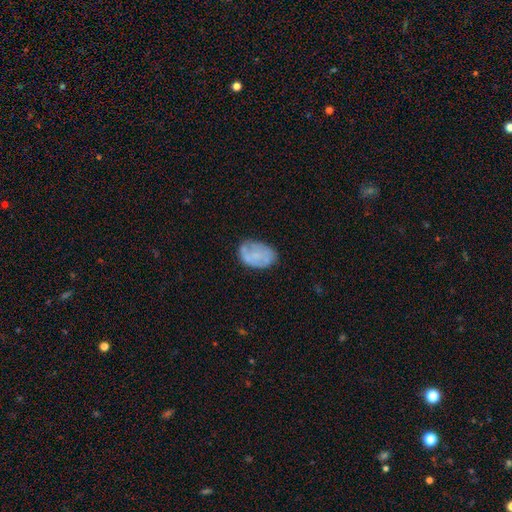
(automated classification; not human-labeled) A smooth galaxy with no disk features (56%) that is in between round and cigar-shaped (85%). Merging: none (57%).